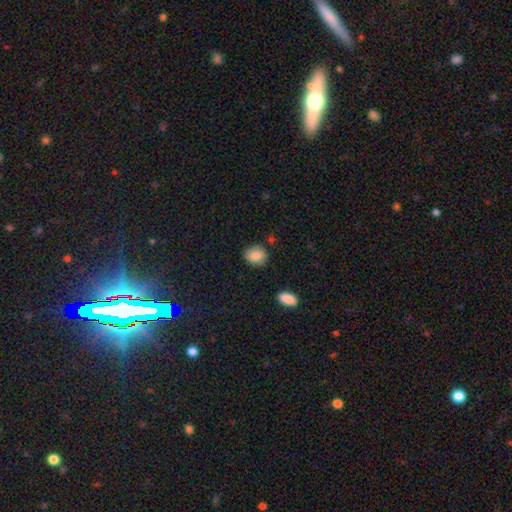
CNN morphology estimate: smooth 85%, star or artifact 8%, featured or disk 7%. Down the decision tree: how rounded — round (66%); merging — none (83%).